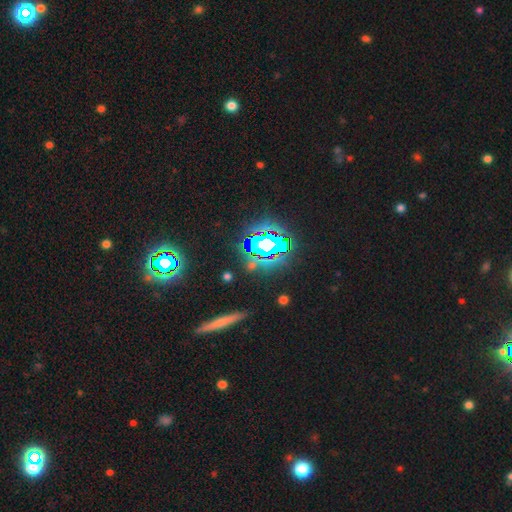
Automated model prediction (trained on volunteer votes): Overall: star or artifact (79%).